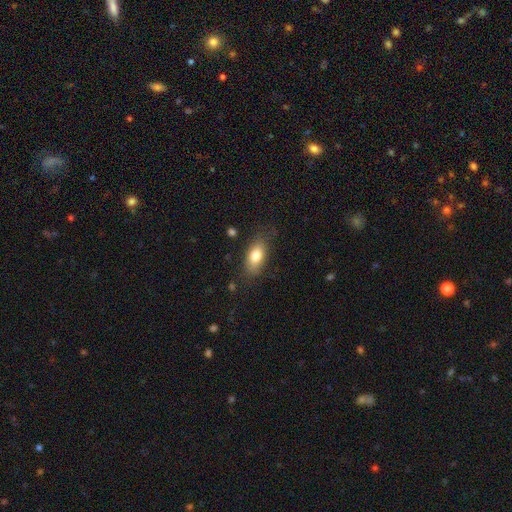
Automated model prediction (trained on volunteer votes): Q: Smooth or featured?
A: smooth (79%); runner-up: featured or disk (14%)
Q: How rounded?
A: in between (86%); runner-up: cigar-shaped (8%)
Q: Merging?
A: none (78%); runner-up: minor disturbance (16%)